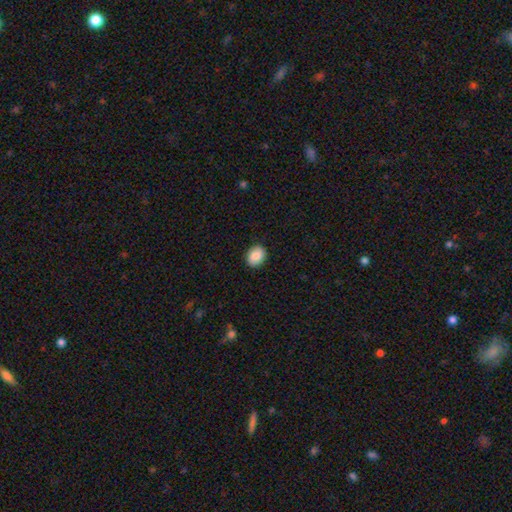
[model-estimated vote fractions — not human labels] smooth_or_featured: smooth (p=0.85) [alt: star or artifact p=0.08]
how_rounded: round (p=0.52) [alt: in between p=0.47]
merging: none (p=0.90) [alt: minor disturbance p=0.07]